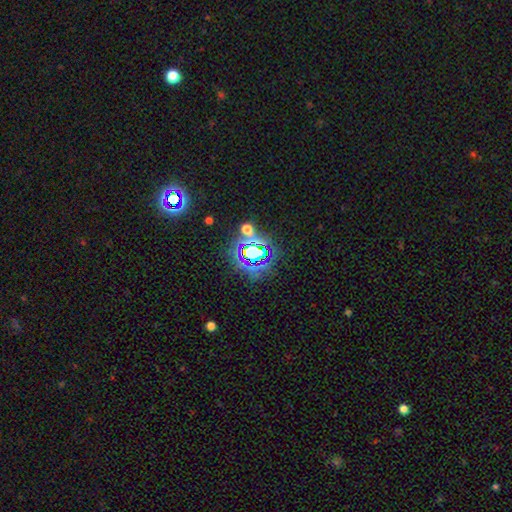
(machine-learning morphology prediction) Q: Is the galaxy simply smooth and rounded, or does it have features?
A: star or artifact — 68%.